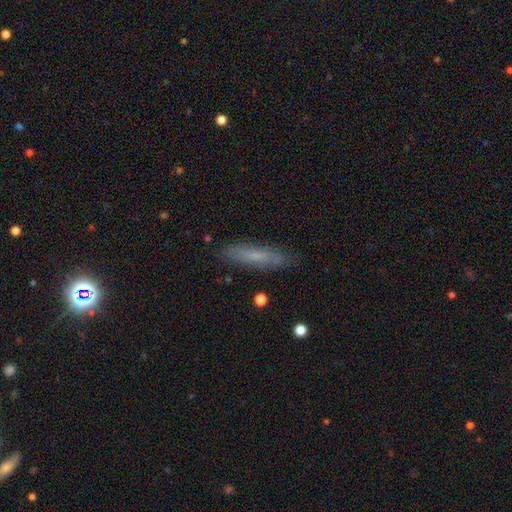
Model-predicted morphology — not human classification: smooth 63%, featured or disk 29%, star or artifact 8%. Down the decision tree: how rounded — cigar-shaped (82%); merging — none (86%).